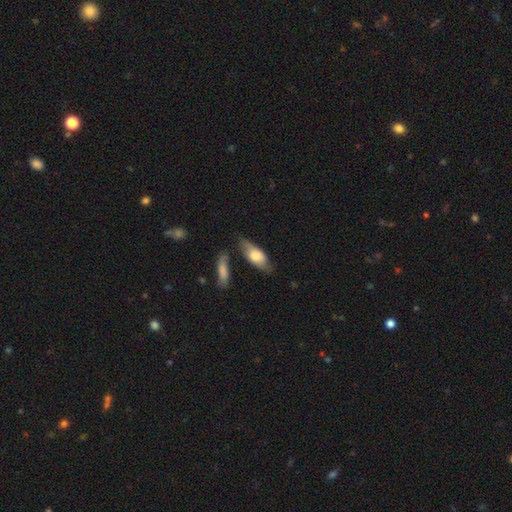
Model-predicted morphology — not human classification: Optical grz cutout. It shows a smooth galaxy with no disk features (61%) that is in between round and cigar-shaped (77%). Merging: none (58%).